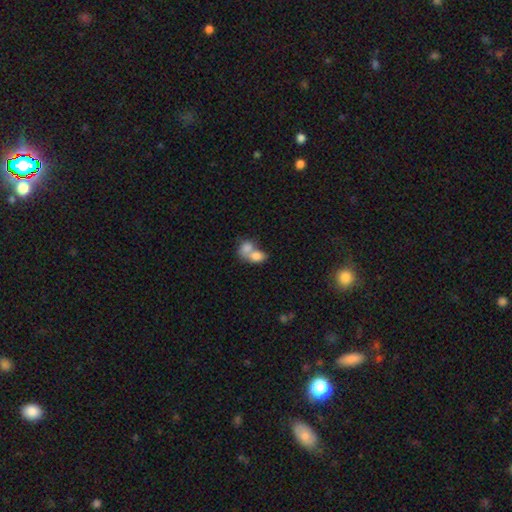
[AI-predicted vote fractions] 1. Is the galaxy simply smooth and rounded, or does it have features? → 77% smooth, 15% featured or disk, 8% star or artifact.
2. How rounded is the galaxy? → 70% in between, 29% round, 1% cigar-shaped.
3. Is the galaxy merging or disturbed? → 74% merger, 16% none, 6% minor disturbance, 4% major disturbance.